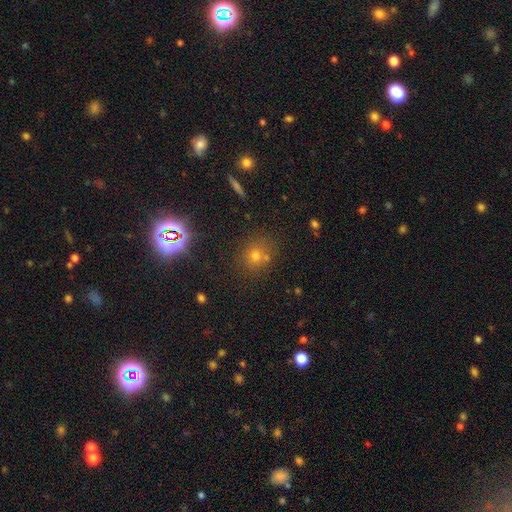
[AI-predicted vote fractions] The model was most divided on "smooth or featured": smooth: 57%, star or artifact: 32%, featured or disk: 11%. More confident: how rounded — round (82%); merging — none (72%).